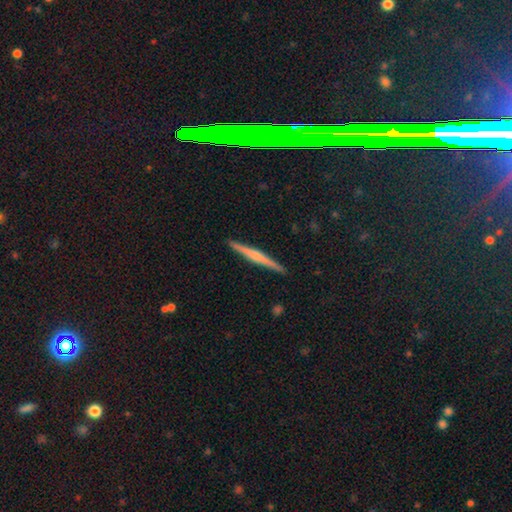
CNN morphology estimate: type=featured or disk (64%); edge-on=yes (98%); edge-on bulge=rounded (61%); merging=none (92%).